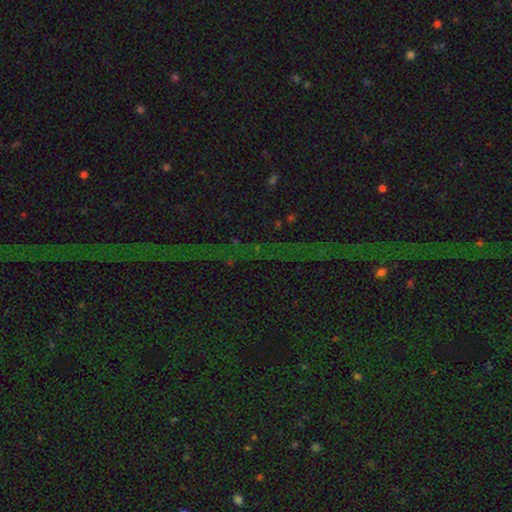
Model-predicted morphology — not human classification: A star or artifact, not a galaxy (81%).

Vote fractions:
- Smooth or featured? star or artifact: 81% / featured or disk: 11% / smooth: 9%